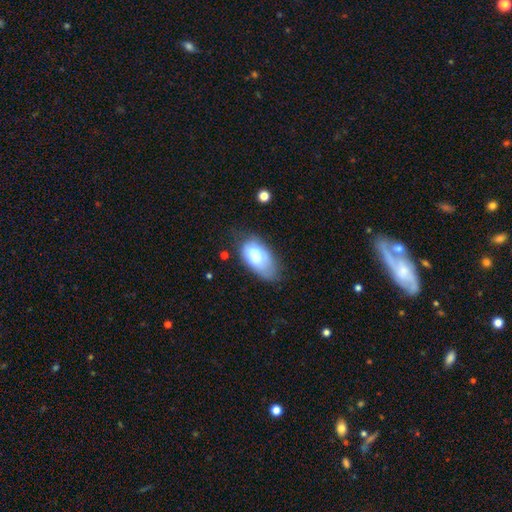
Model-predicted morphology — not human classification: A smooth galaxy with no disk features (73%) that is in between round and cigar-shaped (94%). Merging: none (47%).